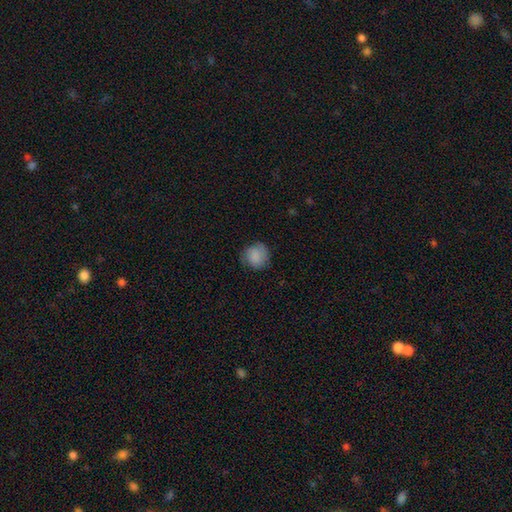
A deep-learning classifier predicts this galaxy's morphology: Smooth or featured? Predicted: smooth (p=0.83). How rounded? Predicted: round (p=0.85). Merging? Predicted: none (p=0.73).